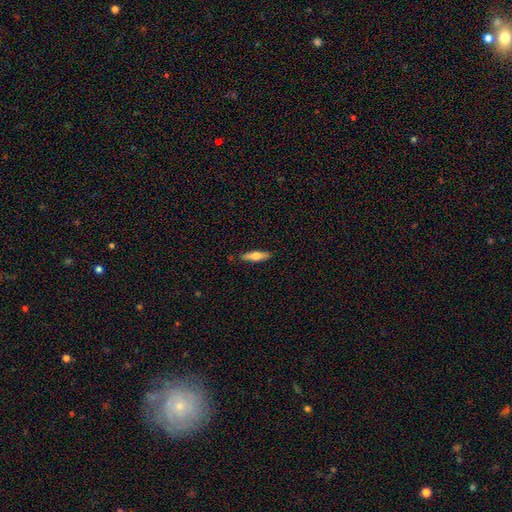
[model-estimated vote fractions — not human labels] Smooth or featured? Predicted: smooth (p=0.61). How rounded? Predicted: cigar-shaped (p=0.71). Merging? Predicted: none (p=0.87).